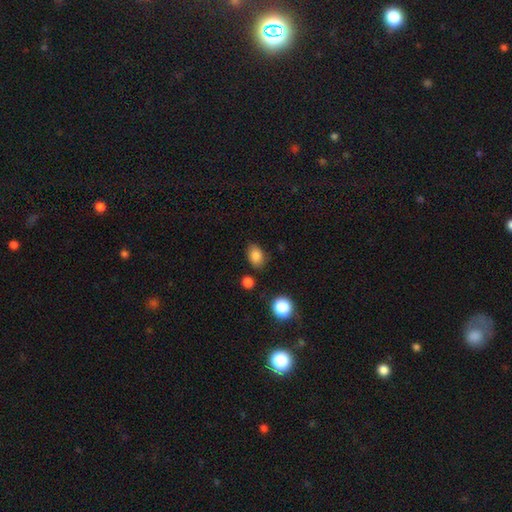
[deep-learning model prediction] Smooth or featured: smooth — 85% (star or artifact — 10%)
How rounded: in between — 74% (round — 25%)
Merging: none — 76% (minor disturbance — 17%)